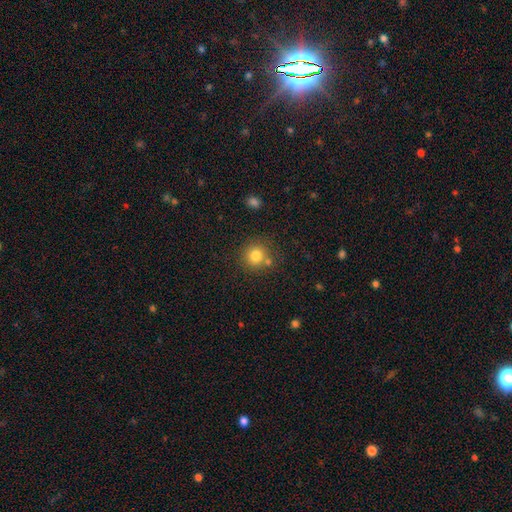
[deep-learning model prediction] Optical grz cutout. It shows a smooth galaxy with no disk features (80%) that is round (91%). Merging: none (70%).